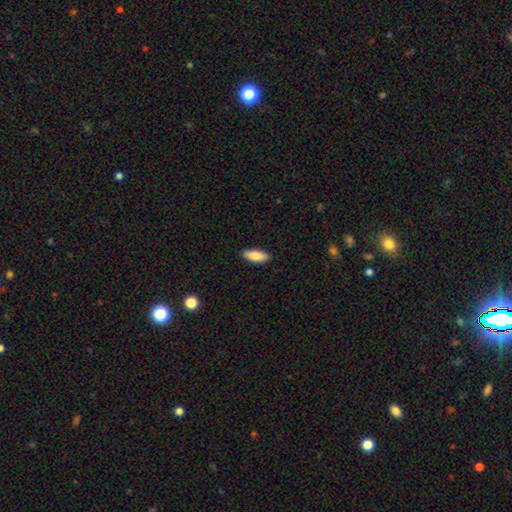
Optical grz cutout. It shows a smooth galaxy with no disk features (92%) that is in between round and cigar-shaped (86%). Merging: none (92%).